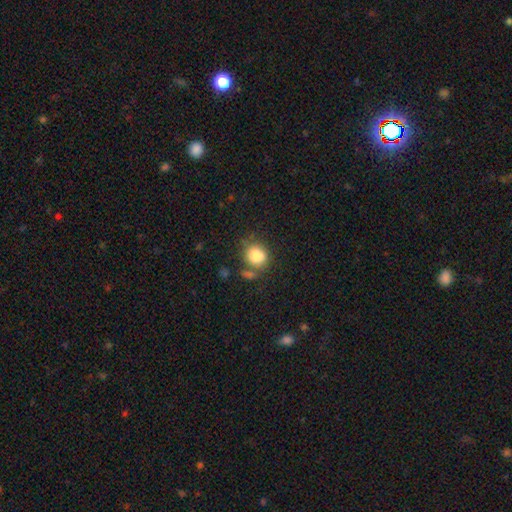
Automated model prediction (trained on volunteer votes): This appears to be a smooth galaxy with no disk features (82%) that is round (71%). Merging: none (61%).